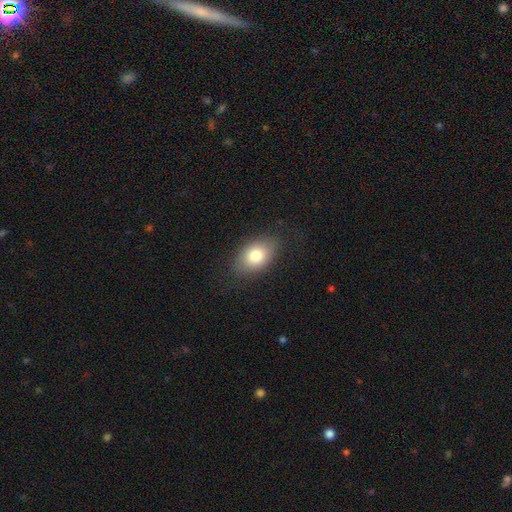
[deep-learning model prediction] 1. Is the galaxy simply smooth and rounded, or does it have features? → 79% smooth, 13% featured or disk, 8% star or artifact.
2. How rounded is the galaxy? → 84% in between, 14% round, 1% cigar-shaped.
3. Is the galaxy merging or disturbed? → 80% none, 14% minor disturbance, 5% major disturbance, 1% merger.